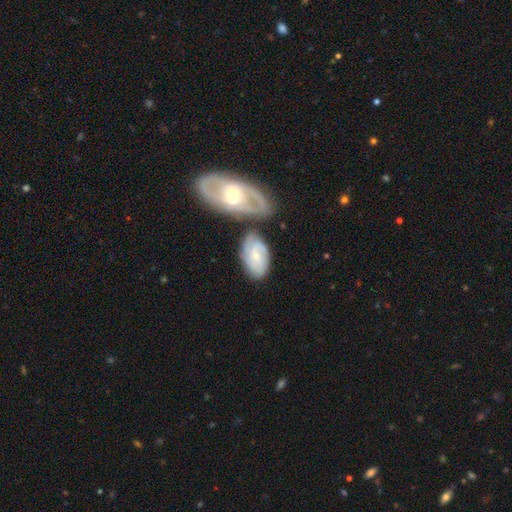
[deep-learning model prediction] The model was most divided on "bar": no: 59%, weak: 34%, strong: 7%. More confident: edge-on disk — no (94%); spiral arms — yes (88%); bulge size — small (64%); smooth or featured — featured or disk (60%); merging — none (53%).